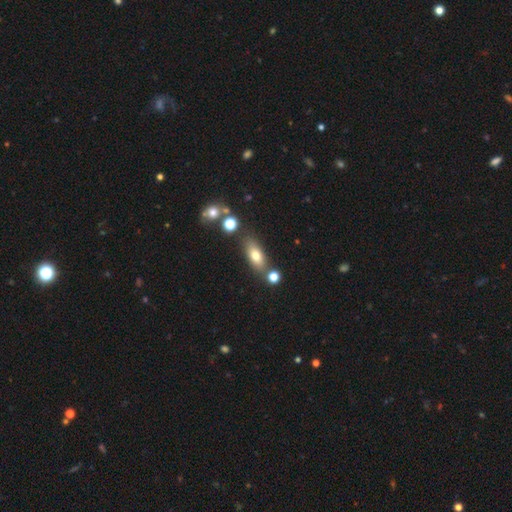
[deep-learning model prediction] Overall: smooth (73%). How rounded: in between (76%). Merging: none (71%).